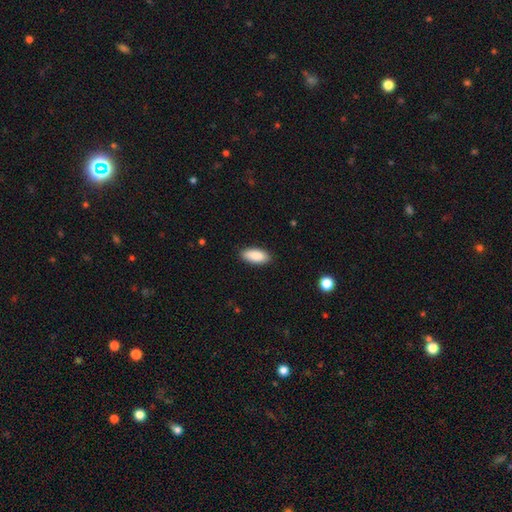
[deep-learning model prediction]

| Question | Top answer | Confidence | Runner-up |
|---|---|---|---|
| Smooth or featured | smooth | 89% | star or artifact (6%) |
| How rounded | in between | 89% | cigar-shaped (9%) |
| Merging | none | 89% | minor disturbance (9%) |